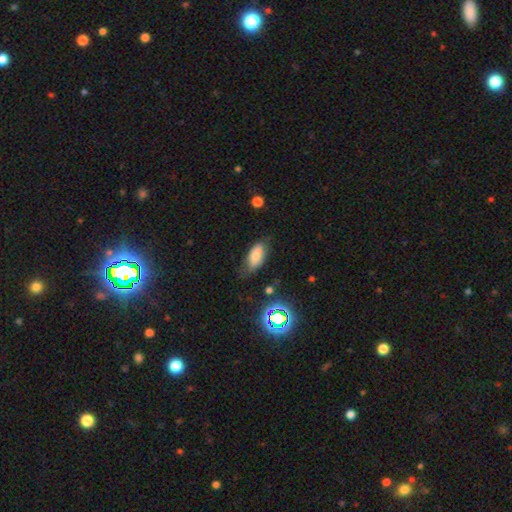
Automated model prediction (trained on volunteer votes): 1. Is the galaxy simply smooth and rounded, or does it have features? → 70% smooth, 19% featured or disk, 11% star or artifact.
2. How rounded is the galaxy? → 87% in between, 9% cigar-shaped, 3% round.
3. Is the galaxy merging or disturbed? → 61% none, 28% minor disturbance, 9% major disturbance, 2% merger.